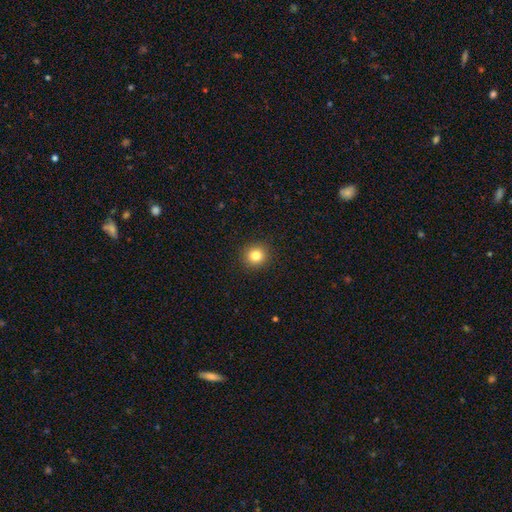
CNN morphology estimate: This is clearly a smooth galaxy (82%). How rounded: clearly round (91%). Merging: clearly none (92%).